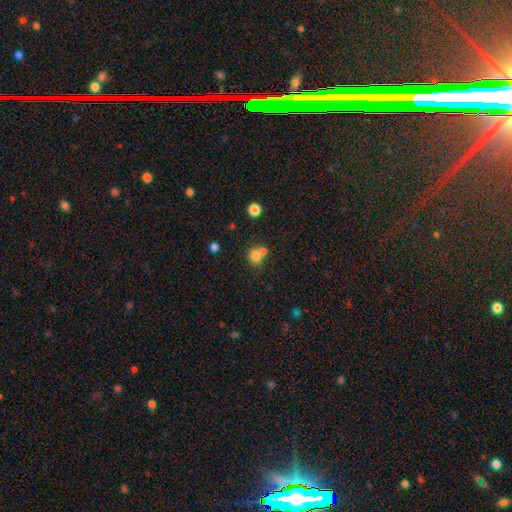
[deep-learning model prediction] Smooth or featured?
  - smooth: 77% *
  - star or artifact: 14%
  - featured or disk: 9%
How rounded?
  - round: 79% *
  - in between: 20%
  - cigar-shaped: 1%
Merging?
  - none: 48% *
  - merger: 41%
  - minor disturbance: 8%
  - major disturbance: 3%